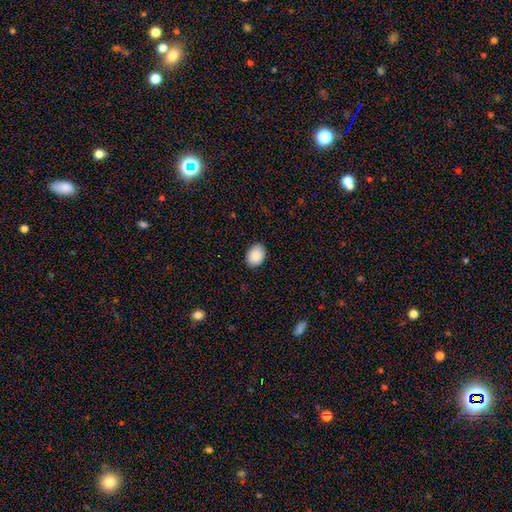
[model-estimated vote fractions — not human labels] Morphology: type=smooth (90%); roundness=in between (71%); merging=none (88%).